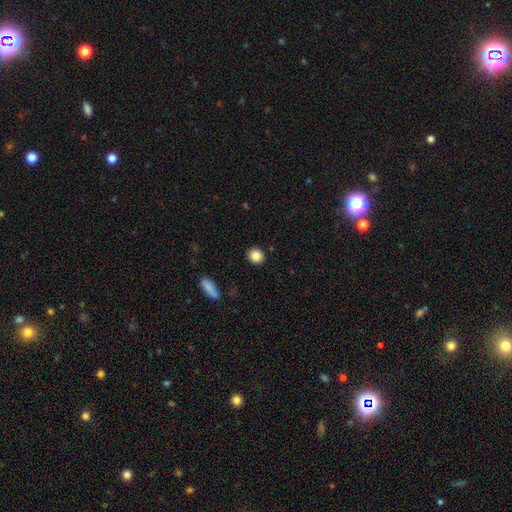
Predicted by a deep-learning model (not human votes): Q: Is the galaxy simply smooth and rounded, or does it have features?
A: smooth — 85%.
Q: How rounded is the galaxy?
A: round — 85%.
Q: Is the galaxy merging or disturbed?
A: none — 91%.